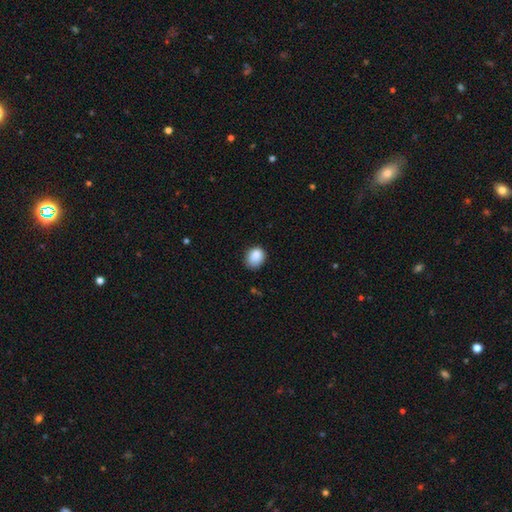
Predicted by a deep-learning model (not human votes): Smooth or featured? Predicted: smooth (p=0.87). How rounded? Predicted: round (p=0.50). Merging? Predicted: none (p=0.71).